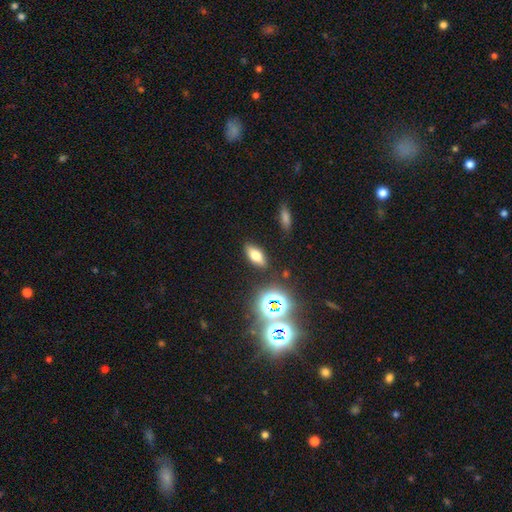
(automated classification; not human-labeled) This is likely a smooth galaxy (62%). How rounded: likely in between (76%). Merging: clearly none (87%).